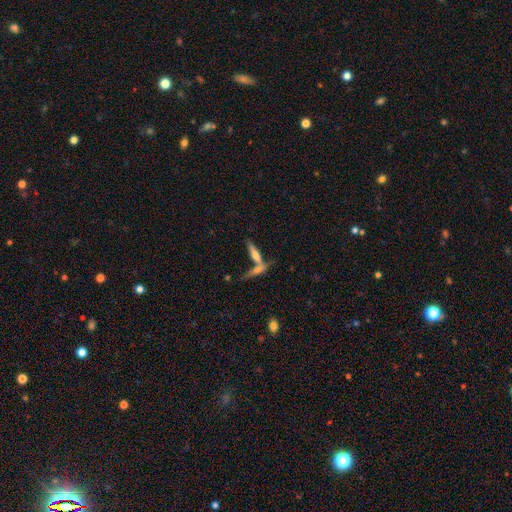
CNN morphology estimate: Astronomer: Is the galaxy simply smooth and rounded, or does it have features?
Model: featured or disk — 46% (runner-up: smooth, 45%).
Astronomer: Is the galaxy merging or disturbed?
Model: none — 47% (runner-up: merger, 40%).